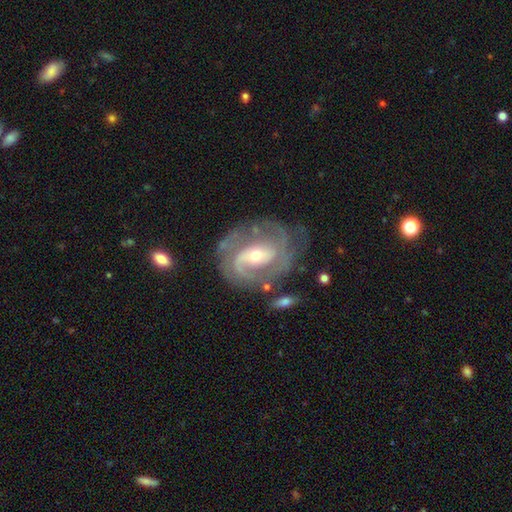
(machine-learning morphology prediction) This appears to be a featured or disk galaxy (86%) with a weak bar (39%), 2 (58%) tight (44%) spiral arms (94%) and a small central bulge (51%). Merging: none (64%).